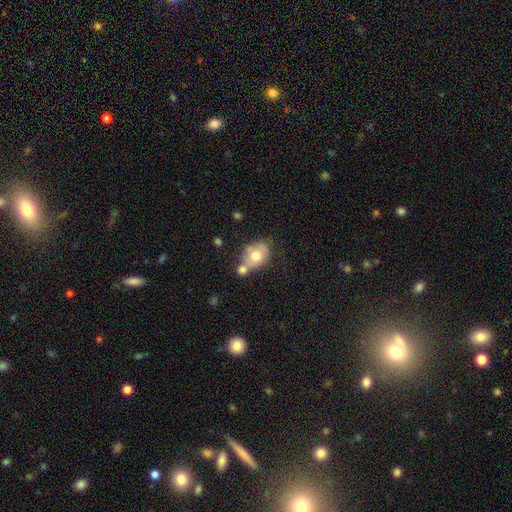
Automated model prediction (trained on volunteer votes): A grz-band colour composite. It shows a smooth galaxy with no disk features (69%) that is in between round and cigar-shaped (67%). Merging: merger (44%).